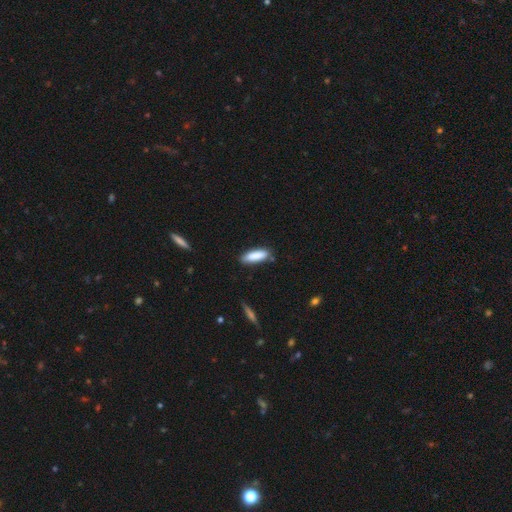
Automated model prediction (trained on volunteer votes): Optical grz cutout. It shows a smooth galaxy with no disk features (86%) that is in between round and cigar-shaped (54%). Merging: none (80%).